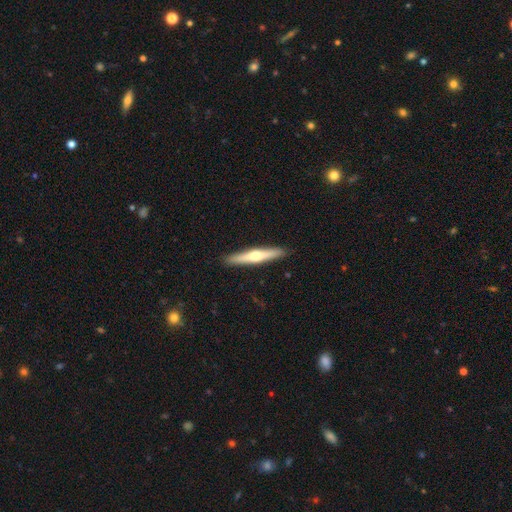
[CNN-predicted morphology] A featured or disk galaxy (56%) viewed edge-on (96%) with a rounded central bulge (90%).

Vote fractions:
- Smooth or featured? featured or disk: 56% / smooth: 39% / star or artifact: 5%
- Edge-on disk? yes: 96% / no: 4%
- Edge-on bulge? rounded: 90% / none: 7% / boxy: 3%
- Merging? none: 91% / minor disturbance: 6% / major disturbance: 1% / merger: 1%